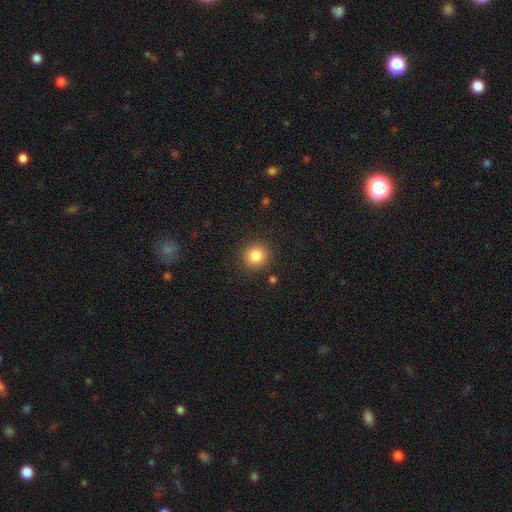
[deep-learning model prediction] Morphology: type=smooth (84%); roundness=round (91%); merging=none (88%).